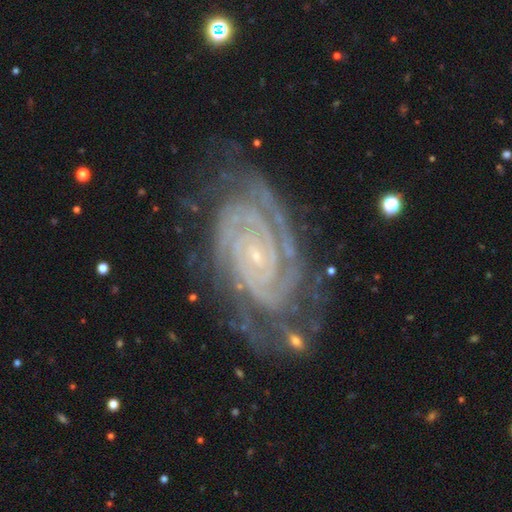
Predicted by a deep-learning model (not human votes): featured or disk 91%, star or artifact 6%, smooth 3%. Down the decision tree: edge-on disk — no (97%); bar — no (70%); spiral arms — yes (99%); spiral arm count — 2 (45%); spiral winding — tight (85%); bulge size — small (87%); merging — none (70%).